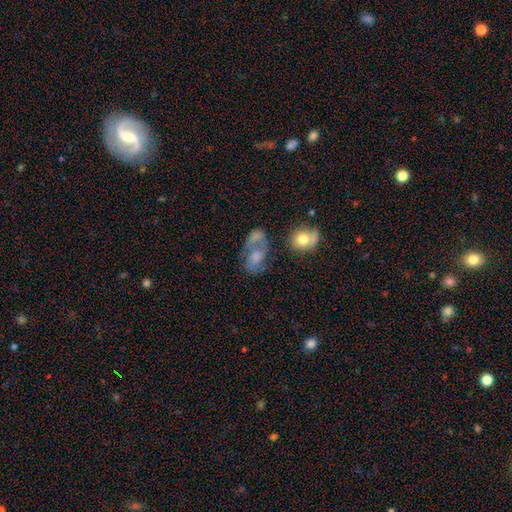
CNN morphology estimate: Smooth or featured? Predicted: featured or disk (p=0.45). Merging? Predicted: merger (p=0.34).